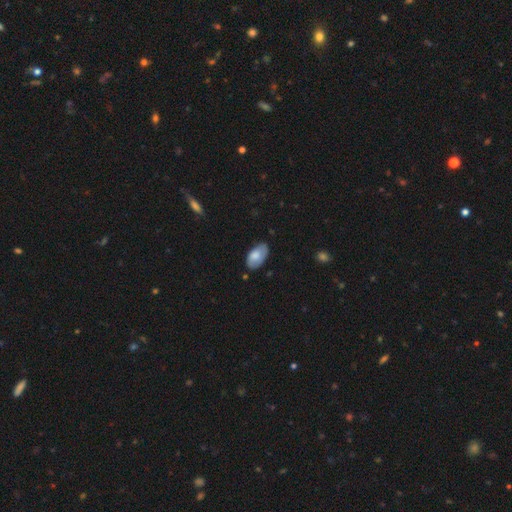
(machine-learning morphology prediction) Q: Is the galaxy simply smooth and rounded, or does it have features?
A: smooth — 72%.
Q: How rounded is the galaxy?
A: in between — 95%.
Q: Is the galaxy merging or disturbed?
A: none — 68%.